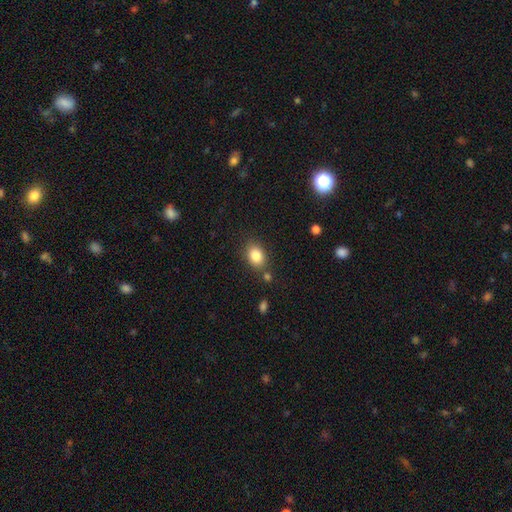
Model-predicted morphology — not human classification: smooth-or-featured: smooth: 84% | star or artifact: 9% | featured or disk: 7%
  how-rounded: in between: 69% | round: 30% | cigar-shaped: 1%
  merging: none: 77% | minor disturbance: 12% | merger: 7% | major disturbance: 4%